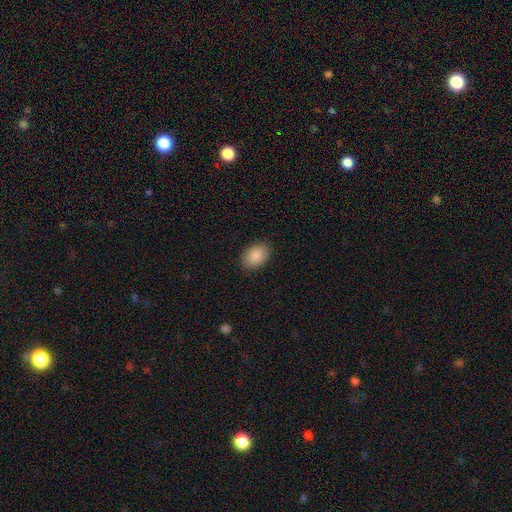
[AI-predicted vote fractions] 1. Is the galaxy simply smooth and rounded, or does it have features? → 87% smooth, 7% star or artifact, 6% featured or disk.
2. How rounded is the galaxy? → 85% in between, 14% round, 1% cigar-shaped.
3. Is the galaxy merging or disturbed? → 89% none, 8% minor disturbance, 2% major disturbance, 1% merger.